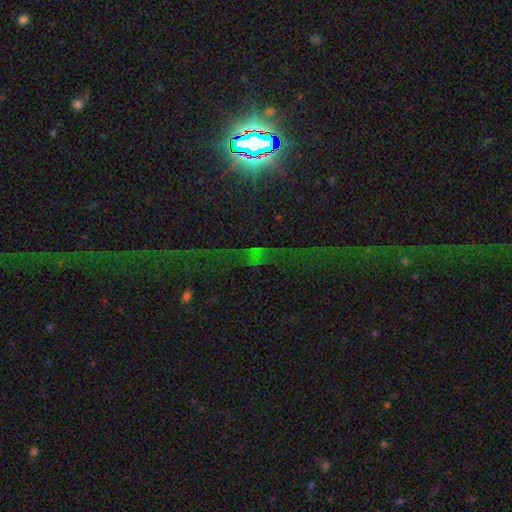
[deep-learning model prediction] This is likely a star or artifact rather than a galaxy (74%).